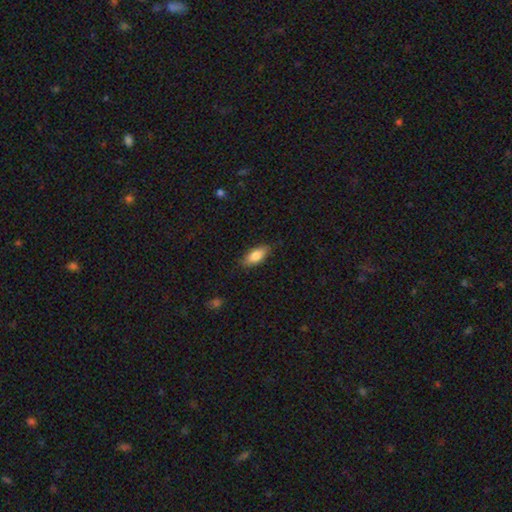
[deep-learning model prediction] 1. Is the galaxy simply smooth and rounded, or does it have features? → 80% smooth, 13% featured or disk, 6% star or artifact.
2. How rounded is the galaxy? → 81% in between, 17% cigar-shaped, 3% round.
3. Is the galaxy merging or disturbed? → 81% none, 15% minor disturbance, 3% major disturbance, 1% merger.